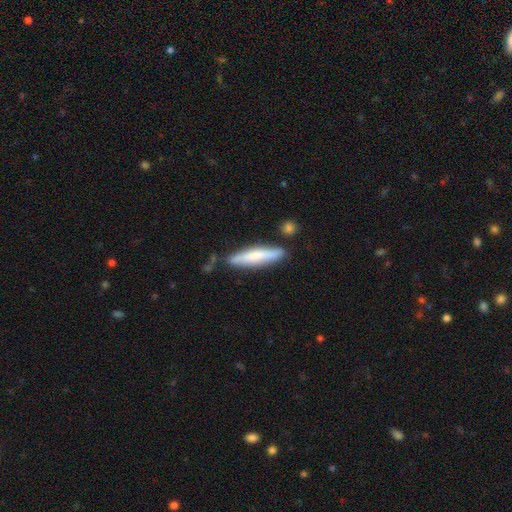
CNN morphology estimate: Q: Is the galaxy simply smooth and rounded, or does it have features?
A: smooth — 56%.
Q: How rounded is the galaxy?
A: cigar-shaped — 86%.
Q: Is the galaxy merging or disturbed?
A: none — 71%.